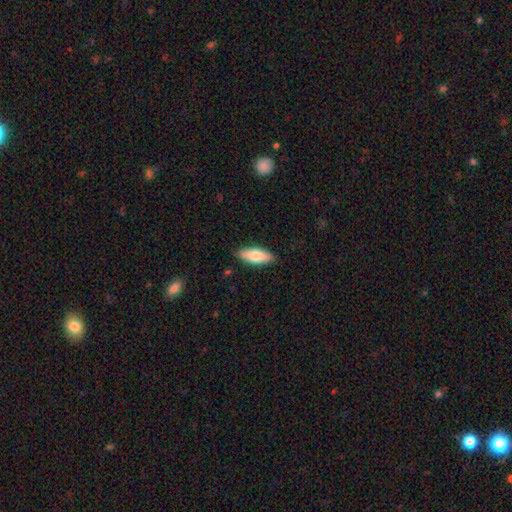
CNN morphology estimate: Smooth or featured: smooth — 74% (featured or disk — 20%)
How rounded: in between — 69% (cigar-shaped — 29%)
Merging: none — 87% (minor disturbance — 10%)